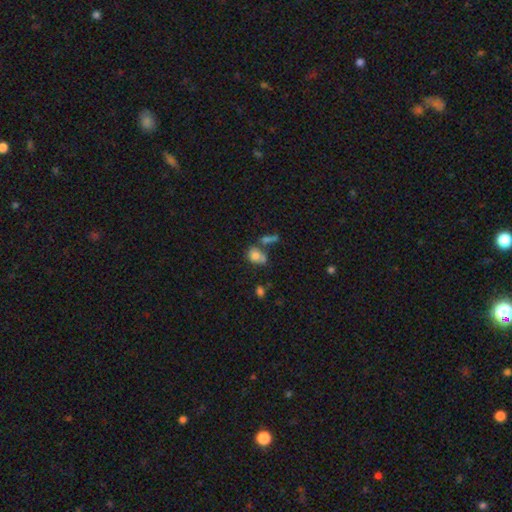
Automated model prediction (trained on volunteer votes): Overall: smooth (75%). How rounded: in between (54%; round 44%). Merging: none (42%; merger 32%).